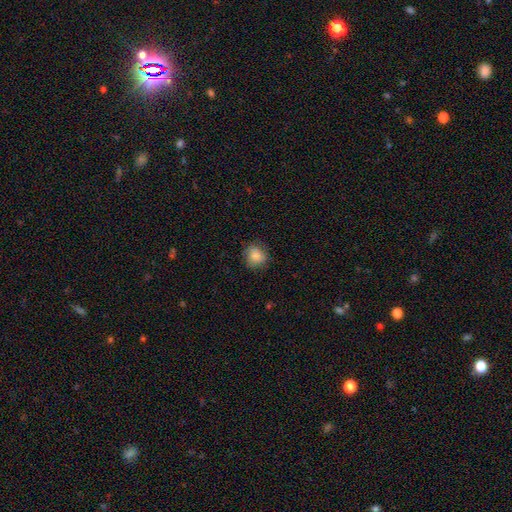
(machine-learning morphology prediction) Q: Smooth or featured?
A: smooth (82%); runner-up: featured or disk (10%)
Q: How rounded?
A: round (84%); runner-up: in between (15%)
Q: Merging?
A: none (82%); runner-up: minor disturbance (14%)